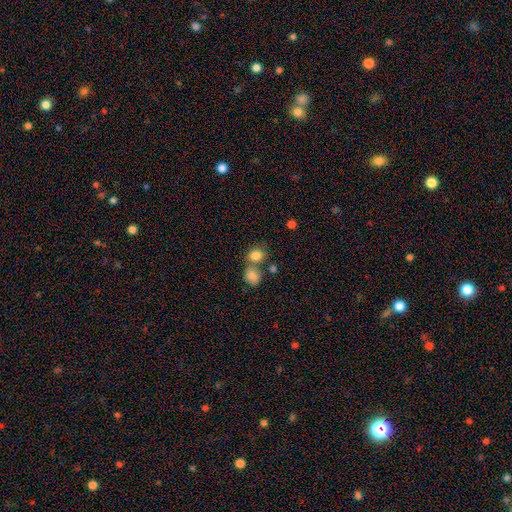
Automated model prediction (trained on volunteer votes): The model was most divided on "merging": none: 50%, merger: 36%, minor disturbance: 10%, major disturbance: 4%. More confident: smooth or featured — smooth (82%); how rounded — round (64%).